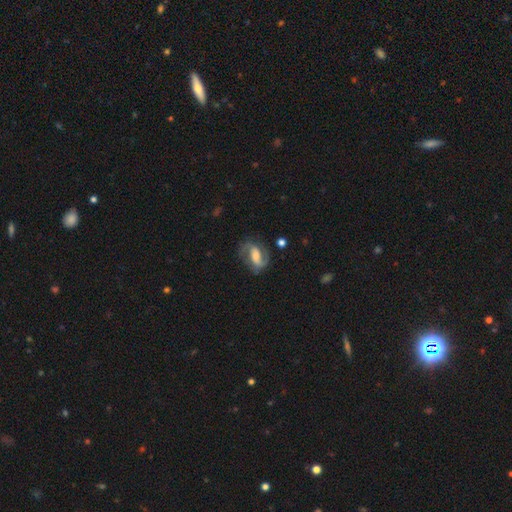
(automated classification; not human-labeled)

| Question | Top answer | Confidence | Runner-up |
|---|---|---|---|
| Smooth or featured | featured or disk | 83% | smooth (11%) |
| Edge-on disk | no | 97% | yes (3%) |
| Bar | weak | 42% | strong (36%) |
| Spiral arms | yes | 95% | no (5%) |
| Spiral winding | medium | 53% | loose (27%) |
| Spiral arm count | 2 | 89% | 1 (4%) |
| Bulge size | moderate | 51% | small (29%) |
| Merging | none | 72% | minor disturbance (17%) |